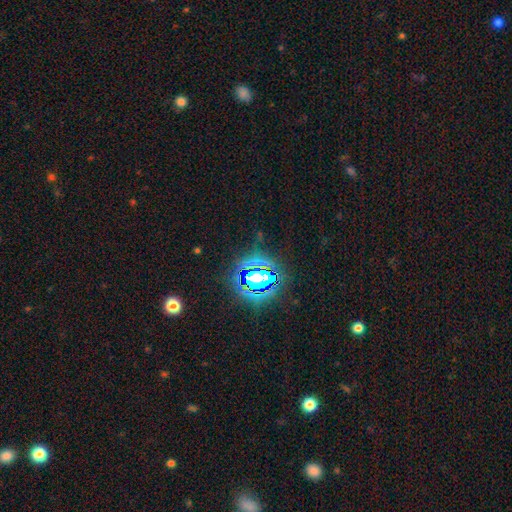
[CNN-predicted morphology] Smooth or featured: star or artifact — 71% (smooth — 18%)